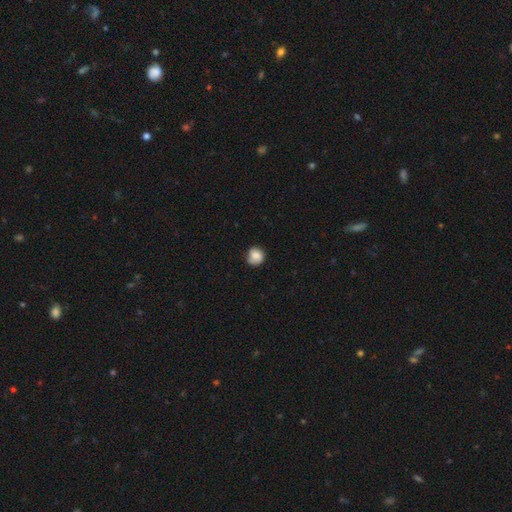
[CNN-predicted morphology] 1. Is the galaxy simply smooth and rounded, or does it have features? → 79% smooth, 13% featured or disk, 8% star or artifact.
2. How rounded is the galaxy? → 85% round, 14% in between, 1% cigar-shaped.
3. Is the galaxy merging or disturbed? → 69% none, 24% minor disturbance, 5% major disturbance, 2% merger.